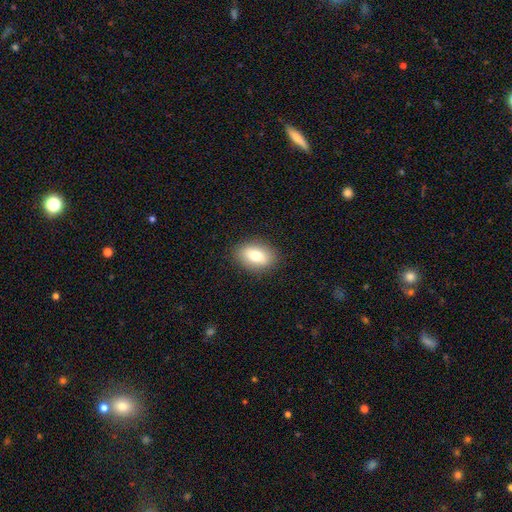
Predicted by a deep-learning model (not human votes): This appears to be a smooth galaxy with no disk features (77%) that is in between round and cigar-shaped (87%). Merging: none (87%).